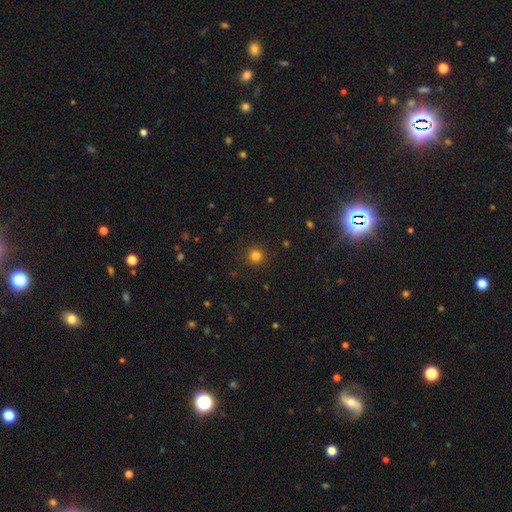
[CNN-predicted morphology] Overall: smooth (81%). How rounded: round (95%). Merging: none (92%).